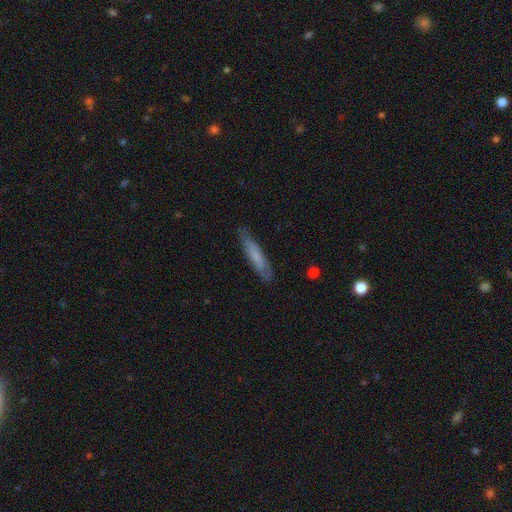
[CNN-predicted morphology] A smooth galaxy with no disk features (61%) that is cigar-shaped (86%).

Vote fractions:
- Smooth or featured? smooth: 61% / featured or disk: 33% / star or artifact: 6%
- How rounded? cigar-shaped: 86% / in between: 13% / round: 1%
- Merging? none: 83% / minor disturbance: 13% / major disturbance: 3% / merger: 1%